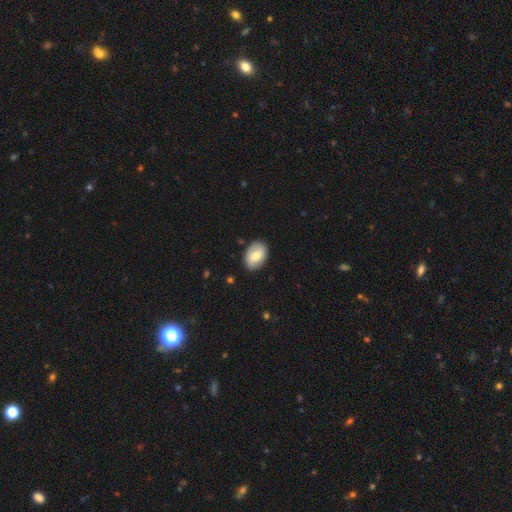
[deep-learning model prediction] A smooth galaxy with no disk features (67%) that is in between round and cigar-shaped (84%). Merging: none (83%).